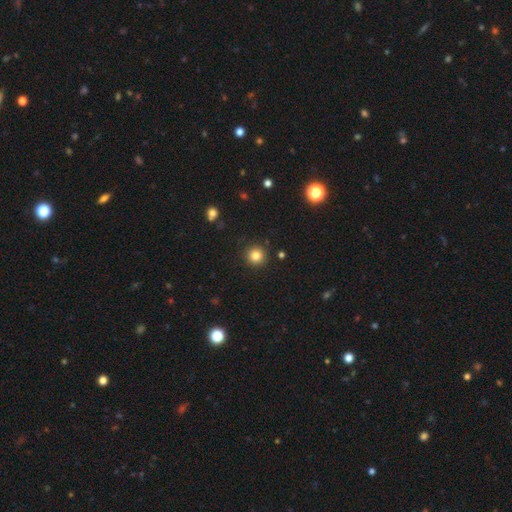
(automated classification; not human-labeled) Smooth or featured: smooth — 83% (star or artifact — 12%)
How rounded: round — 95% (in between — 4%)
Merging: none — 91% (minor disturbance — 6%)